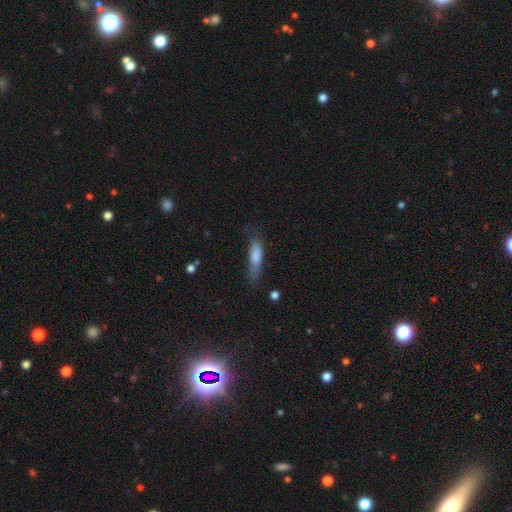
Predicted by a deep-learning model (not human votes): smooth 77%, featured or disk 16%, star or artifact 7%. Down the decision tree: how rounded — cigar-shaped (59%); merging — none (52%).